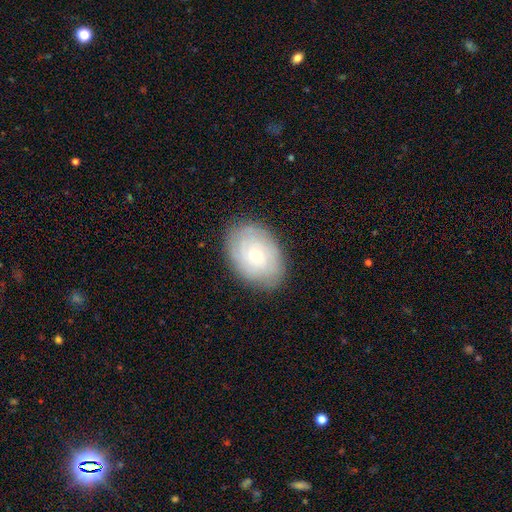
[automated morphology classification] Q: Smooth or featured?
A: featured or disk (56%); runner-up: smooth (37%)
Q: Edge-on disk?
A: no (95%); runner-up: yes (5%)
Q: Bar?
A: no (80%); runner-up: weak (17%)
Q: Spiral arms?
A: yes (78%); runner-up: no (22%)
Q: Bulge size?
A: small (67%); runner-up: moderate (29%)
Q: Merging?
A: none (84%); runner-up: minor disturbance (12%)